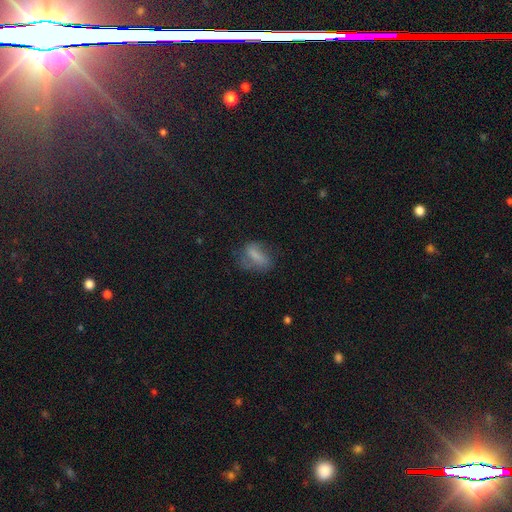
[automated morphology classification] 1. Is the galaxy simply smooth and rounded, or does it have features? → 60% smooth, 29% featured or disk, 11% star or artifact.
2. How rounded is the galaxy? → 75% in between, 14% cigar-shaped, 11% round.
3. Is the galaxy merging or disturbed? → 47% none, 28% minor disturbance, 22% major disturbance, 3% merger.